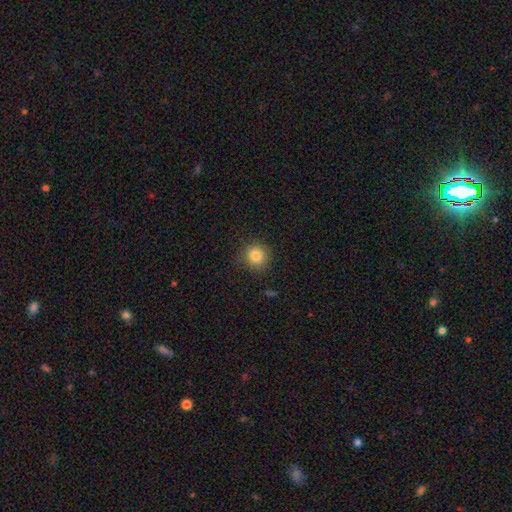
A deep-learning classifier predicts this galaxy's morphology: Smooth or featured? Predicted: smooth (p=0.84). How rounded? Predicted: round (p=0.91). Merging? Predicted: none (p=0.86).